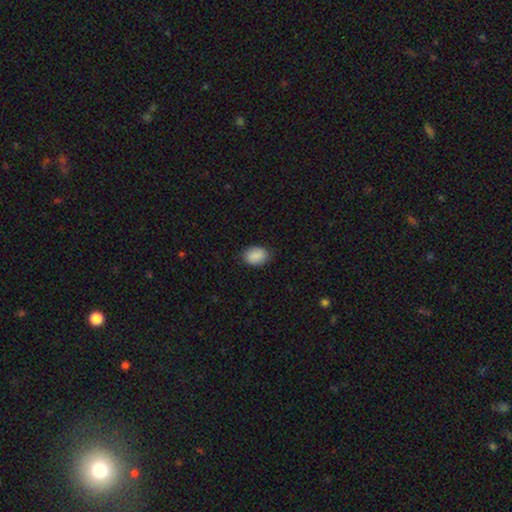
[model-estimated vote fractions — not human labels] This is clearly a smooth galaxy (87%). How rounded: likely in between (75%). Merging: clearly none (85%).